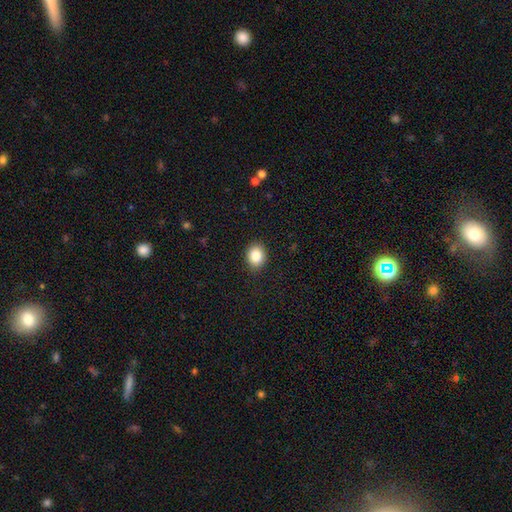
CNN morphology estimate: Q: Smooth or featured?
A: smooth (85%); runner-up: star or artifact (9%)
Q: How rounded?
A: round (53%); runner-up: in between (46%)
Q: Merging?
A: none (90%); runner-up: minor disturbance (7%)